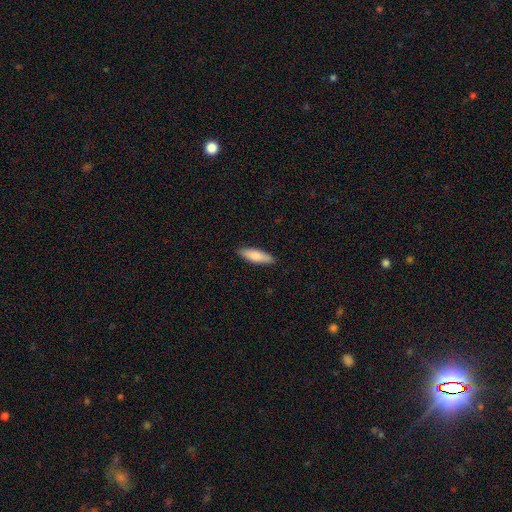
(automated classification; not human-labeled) Smooth or featured: smooth — 81% (featured or disk — 14%)
How rounded: cigar-shaped — 56% (in between — 42%)
Merging: none — 89% (minor disturbance — 8%)